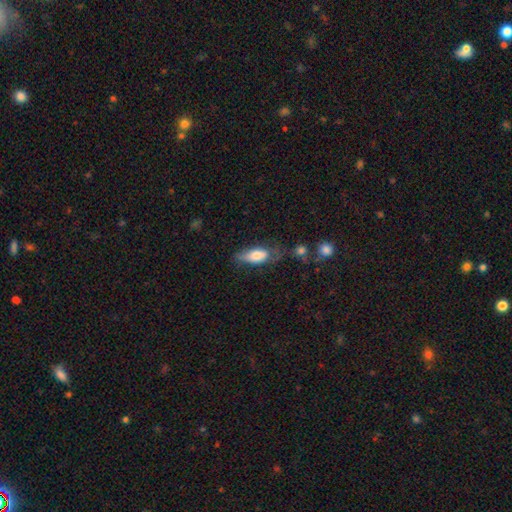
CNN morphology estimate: type=smooth (75%); roundness=in between (80%); merging=none (42%).